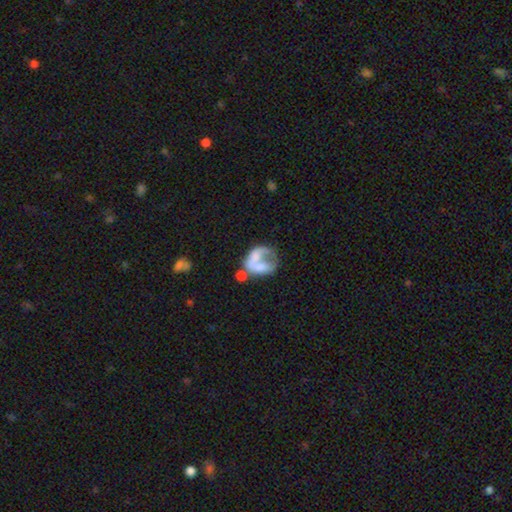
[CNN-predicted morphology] smooth-or-featured: smooth: 46% | featured or disk: 45% | star or artifact: 9%
  merging: major disturbance: 36% | merger: 27% | none: 21% | minor disturbance: 15%